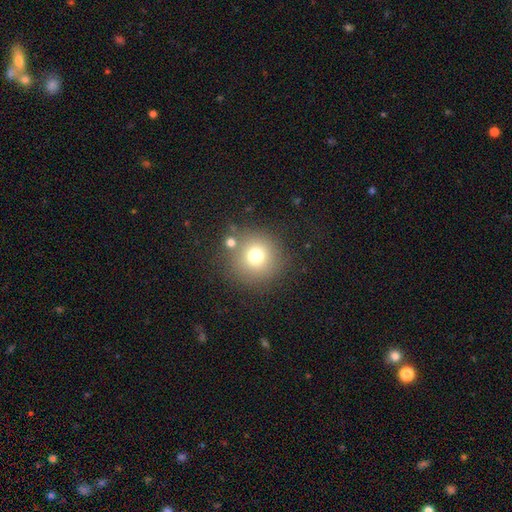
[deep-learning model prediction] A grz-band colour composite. It shows a smooth galaxy with no disk features (73%) that is round (95%). Merging: none (79%).